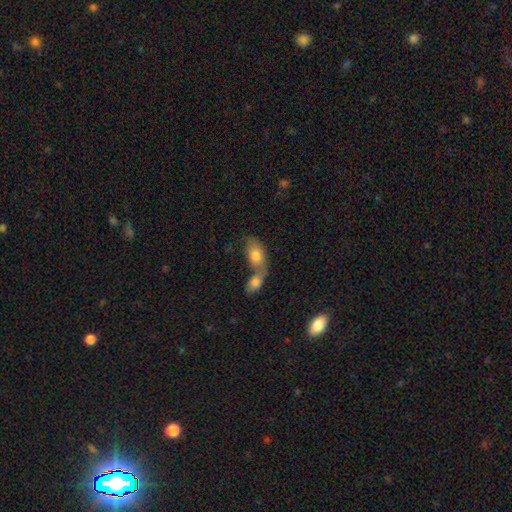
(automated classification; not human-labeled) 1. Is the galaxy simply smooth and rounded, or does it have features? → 76% smooth, 17% featured or disk, 7% star or artifact.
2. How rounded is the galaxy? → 88% in between, 9% round, 3% cigar-shaped.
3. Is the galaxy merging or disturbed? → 69% merger, 20% none, 7% minor disturbance, 4% major disturbance.